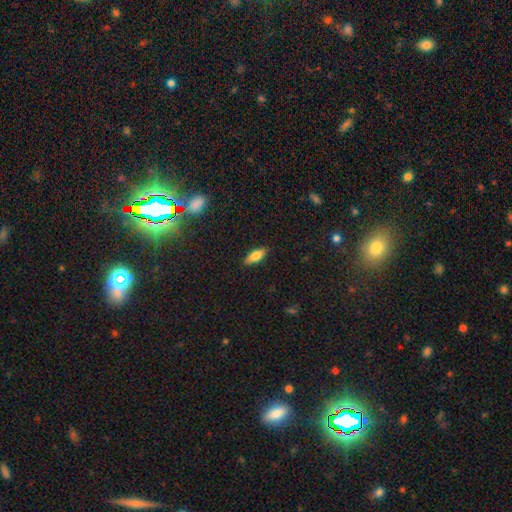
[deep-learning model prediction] Smooth or featured? Predicted: smooth (p=0.67). How rounded? Predicted: in between (p=0.63). Merging? Predicted: none (p=0.87).